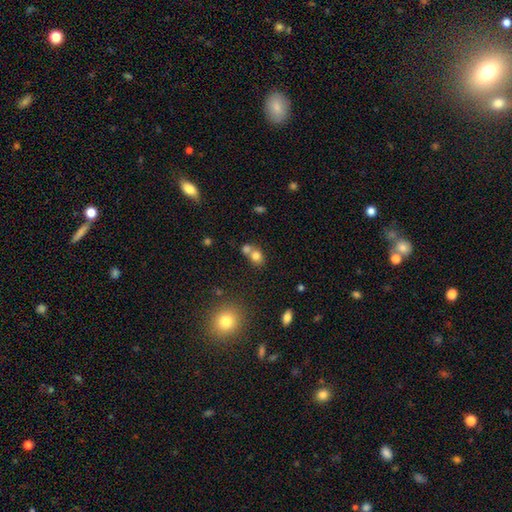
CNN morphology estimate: Smooth or featured?
  - smooth: 77% *
  - star or artifact: 12%
  - featured or disk: 11%
How rounded?
  - round: 64% *
  - in between: 35%
  - cigar-shaped: 1%
Merging?
  - merger: 48% *
  - none: 40%
  - minor disturbance: 8%
  - major disturbance: 3%